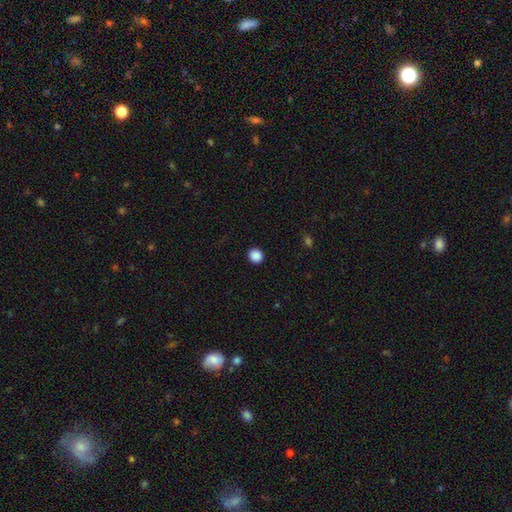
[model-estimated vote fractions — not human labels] The model was most divided on "smooth or featured": smooth: 88%, star or artifact: 10%, featured or disk: 2%. More confident: how rounded — round (93%); merging — none (93%).